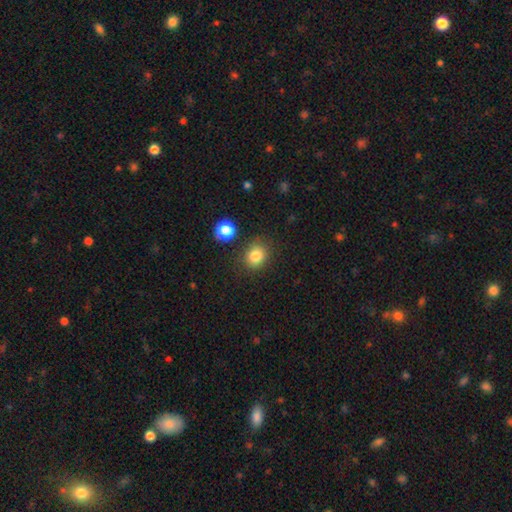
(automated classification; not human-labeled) This is clearly a smooth galaxy (83%). How rounded: likely round (68%). Merging: clearly none (81%).